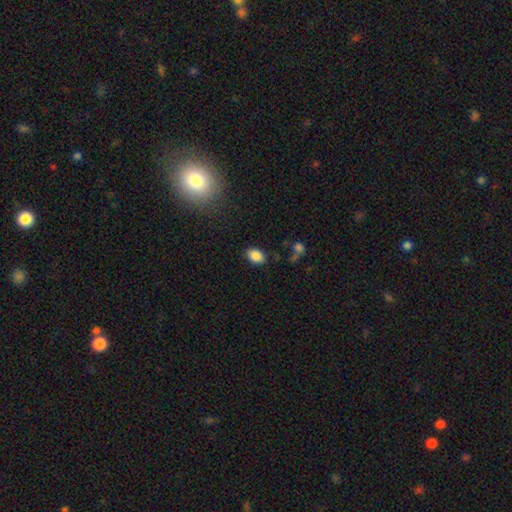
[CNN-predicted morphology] Overall: smooth (87%). How rounded: in between (83%). Merging: none (84%).